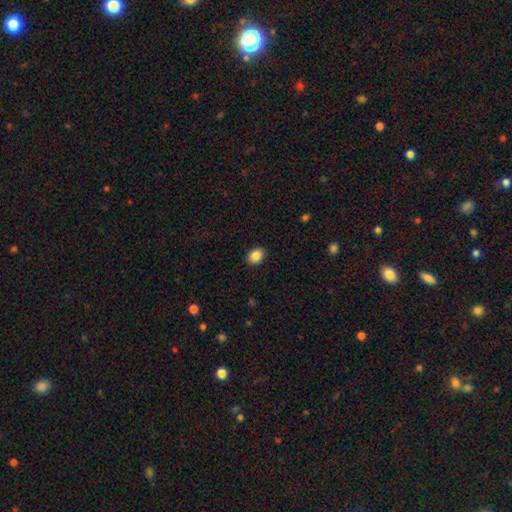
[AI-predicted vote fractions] Smooth or featured? Predicted: smooth (p=0.87). How rounded? Predicted: in between (p=0.64). Merging? Predicted: none (p=0.90).